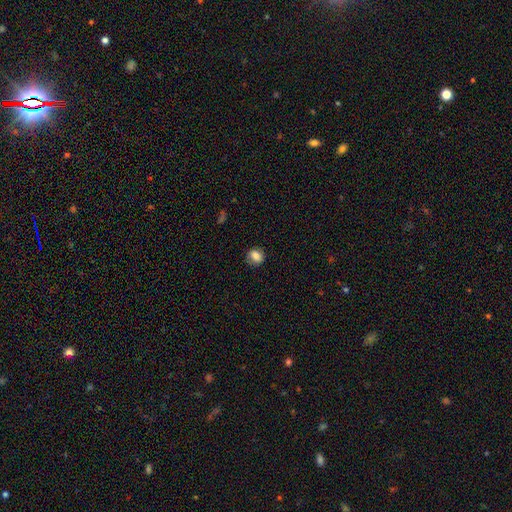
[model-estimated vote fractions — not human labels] Overall: smooth (76%). How rounded: round (62%; in between 37%). Merging: none (80%).